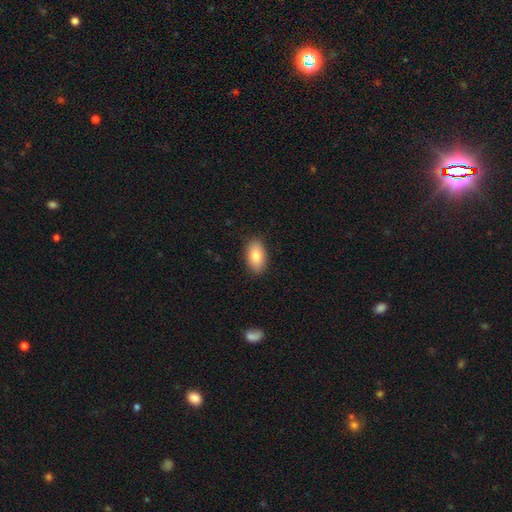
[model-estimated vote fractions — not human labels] This is clearly a smooth galaxy (81%). How rounded: clearly in between (93%). Merging: clearly none (88%).